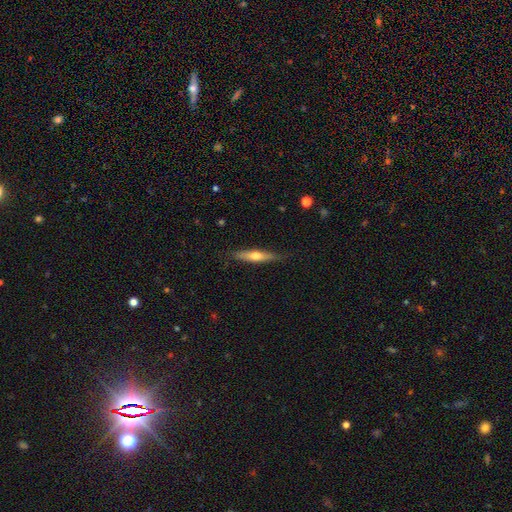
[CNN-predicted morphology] This appears to be a smooth galaxy with no disk features (49%). Merging: none (83%).